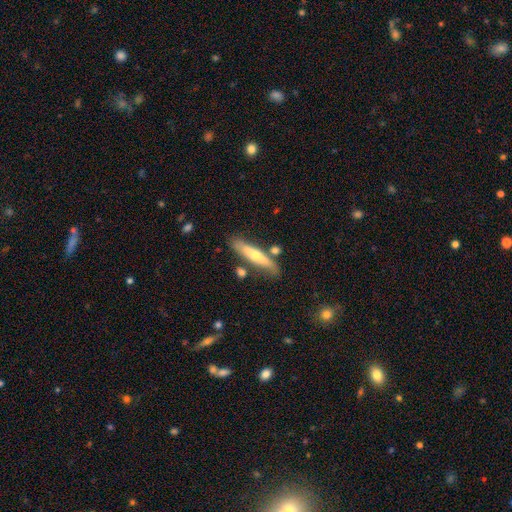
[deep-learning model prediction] A featured or disk galaxy (49%).

Vote fractions:
- Smooth or featured? featured or disk: 49% / smooth: 45% / star or artifact: 6%
- Merging? none: 76% / minor disturbance: 14% / merger: 7% / major disturbance: 3%